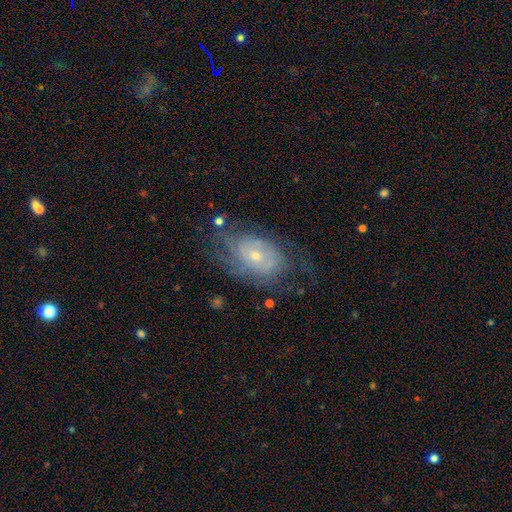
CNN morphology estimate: featured or disk 73%, smooth 18%, star or artifact 8%. Down the decision tree: edge-on disk — no (95%); bar — no (72%); spiral arms — yes (83%); spiral arm count — can't tell (53%); spiral winding — tight (58%); bulge size — small (58%); merging — none (59%).